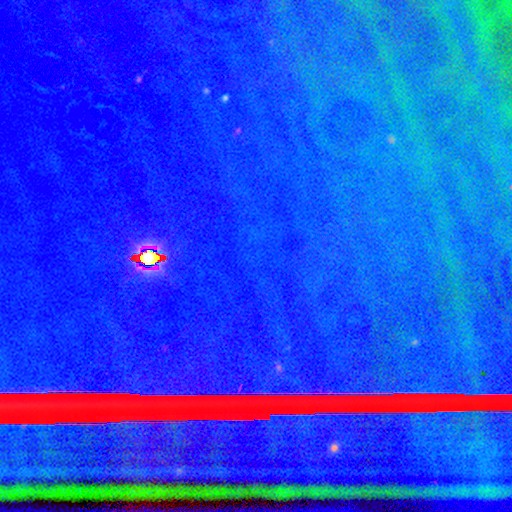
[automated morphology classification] smooth-or-featured: star or artifact: 87% | featured or disk: 7% | smooth: 6%